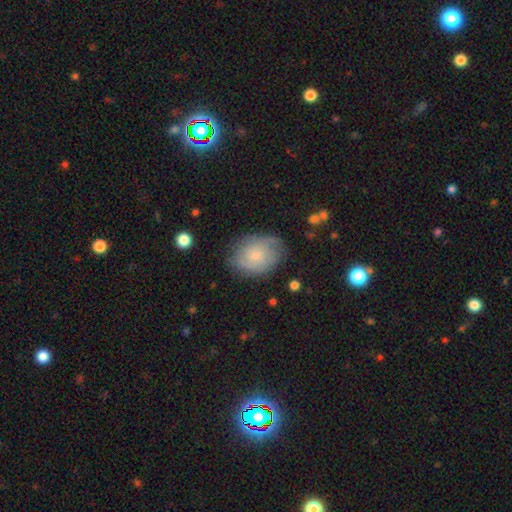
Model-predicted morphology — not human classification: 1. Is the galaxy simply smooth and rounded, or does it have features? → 55% featured or disk, 38% smooth, 7% star or artifact.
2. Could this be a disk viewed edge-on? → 97% no, 3% yes.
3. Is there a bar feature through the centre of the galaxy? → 75% no, 23% weak, 3% strong.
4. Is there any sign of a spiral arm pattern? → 85% yes, 15% no.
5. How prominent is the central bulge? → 64% small, 26% moderate, 6% none, 2% large, 1% dominant.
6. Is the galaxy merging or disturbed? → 72% none, 20% minor disturbance, 6% major disturbance, 1% merger.